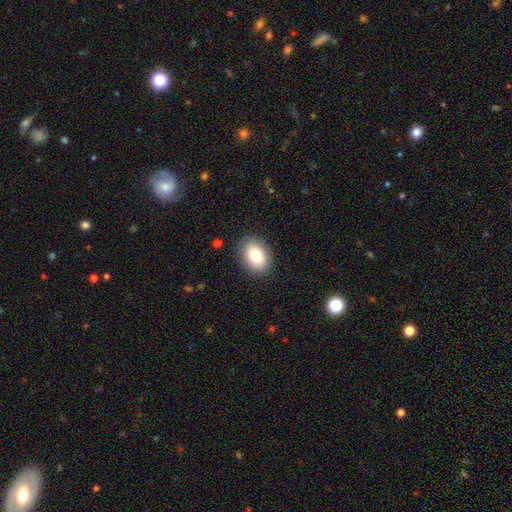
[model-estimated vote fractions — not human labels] Smooth or featured? Predicted: smooth (p=0.87). How rounded? Predicted: in between (p=0.84). Merging? Predicted: none (p=0.86).